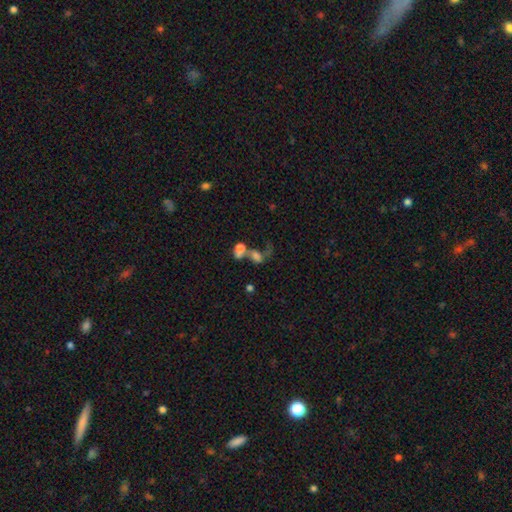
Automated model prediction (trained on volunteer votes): Q: Smooth or featured?
A: smooth (49%); runner-up: featured or disk (32%)
Q: Merging?
A: merger (56%); runner-up: none (18%)